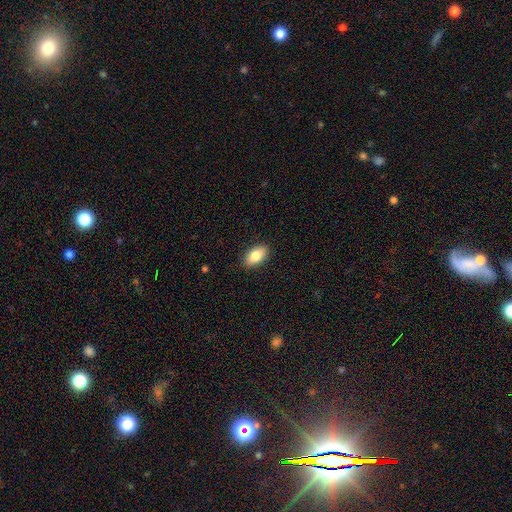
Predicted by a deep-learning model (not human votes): This is clearly a smooth galaxy (83%). How rounded: clearly in between (91%). Merging: clearly none (89%).